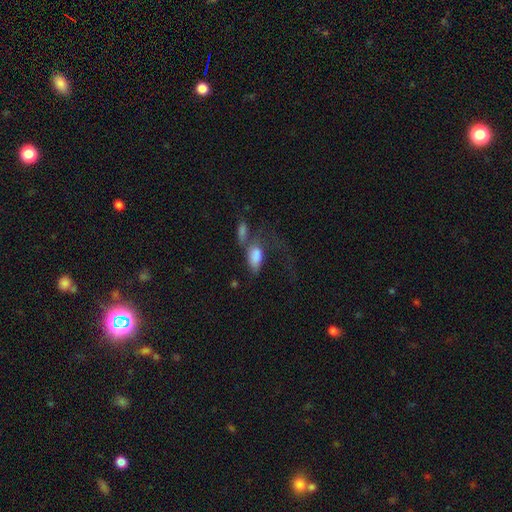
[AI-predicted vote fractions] smooth-or-featured: smooth: 75% | featured or disk: 16% | star or artifact: 9%
  how-rounded: in between: 89% | cigar-shaped: 6% | round: 5%
  merging: merger: 46% | major disturbance: 28% | none: 15% | minor disturbance: 11%